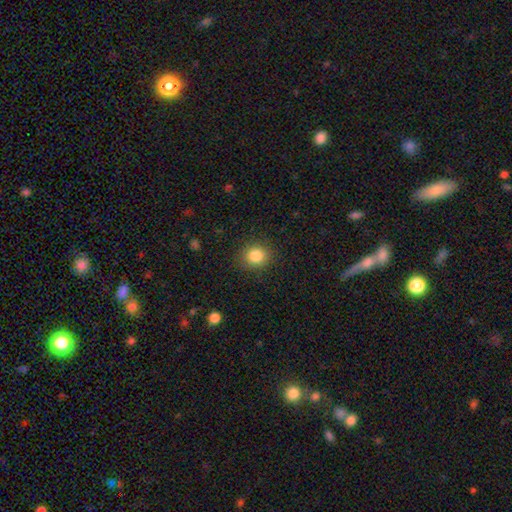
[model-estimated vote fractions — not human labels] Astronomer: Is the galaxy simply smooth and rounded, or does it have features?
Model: smooth — 84%.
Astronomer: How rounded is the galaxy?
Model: round — 81%.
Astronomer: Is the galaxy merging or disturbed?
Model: none — 87%.